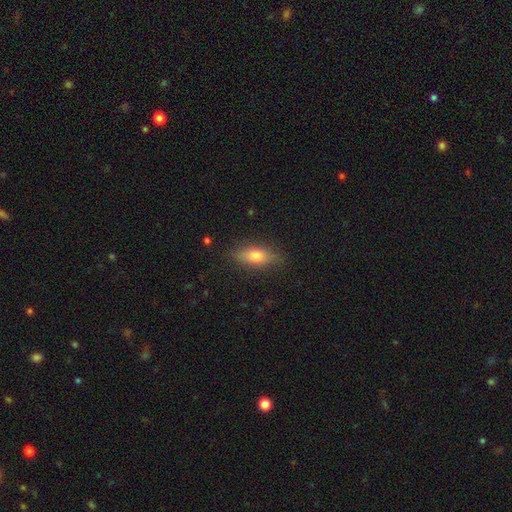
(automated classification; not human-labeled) Smooth or featured? smooth (71%)
How rounded? in between (72%)
Merging? none (84%)